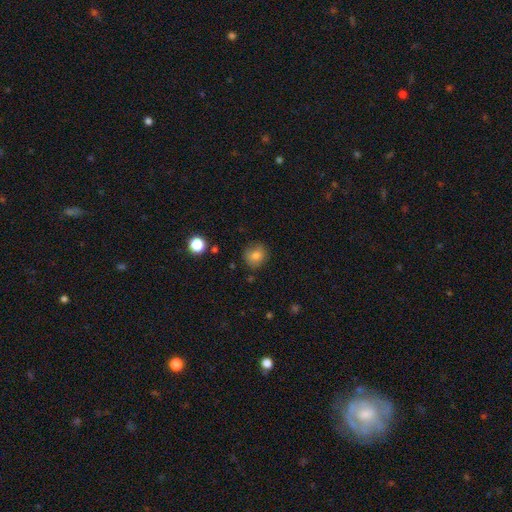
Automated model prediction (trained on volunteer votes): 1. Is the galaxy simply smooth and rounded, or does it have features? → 80% smooth, 11% star or artifact, 9% featured or disk.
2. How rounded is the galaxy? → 85% round, 14% in between, 1% cigar-shaped.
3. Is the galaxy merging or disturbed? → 79% none, 15% minor disturbance, 4% major disturbance, 2% merger.